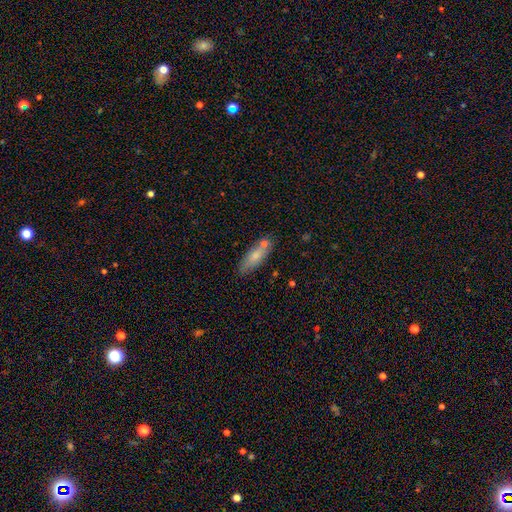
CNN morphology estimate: This appears to be a smooth galaxy with no disk features (74%) that is in between round and cigar-shaped (60%). Merging: none (69%).